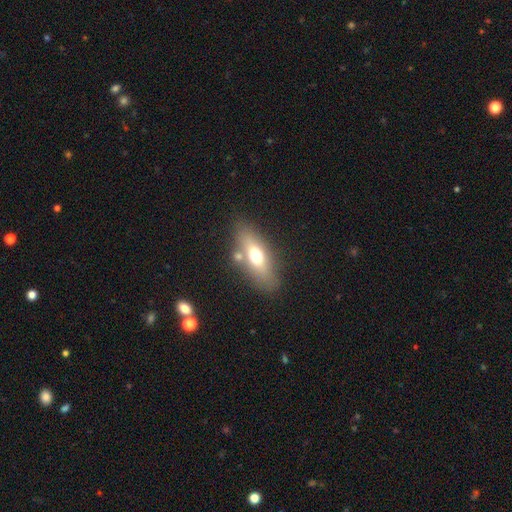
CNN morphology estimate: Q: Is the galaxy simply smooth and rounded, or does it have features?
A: smooth — 59%.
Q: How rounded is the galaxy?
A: in between — 67%.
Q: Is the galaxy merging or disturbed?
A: none — 72%.